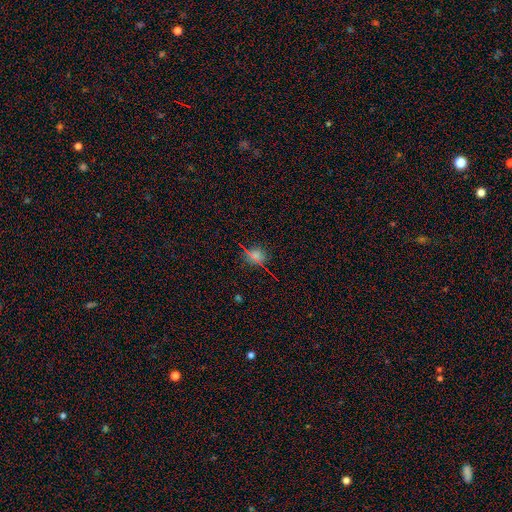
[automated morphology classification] smooth-or-featured: smooth: 51% | star or artifact: 39% | featured or disk: 9%
  how-rounded: round: 66% | in between: 29% | cigar-shaped: 5%
  merging: none: 82% | minor disturbance: 10% | major disturbance: 5% | merger: 3%